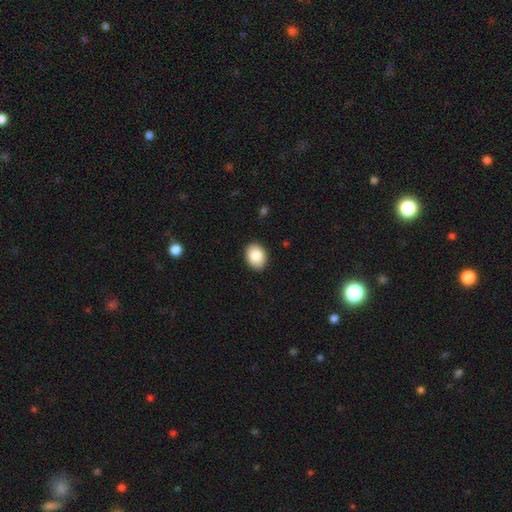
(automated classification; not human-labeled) Q: Smooth or featured?
A: smooth (86%); runner-up: star or artifact (7%)
Q: How rounded?
A: in between (68%); runner-up: round (32%)
Q: Merging?
A: none (90%); runner-up: minor disturbance (7%)